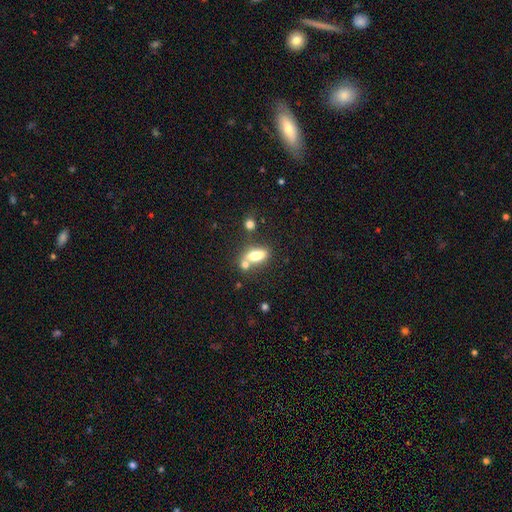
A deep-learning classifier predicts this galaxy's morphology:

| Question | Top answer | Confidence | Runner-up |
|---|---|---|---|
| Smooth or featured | smooth | 70% | featured or disk (21%) |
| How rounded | in between | 80% | cigar-shaped (14%) |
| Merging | none | 48% | merger (33%) |